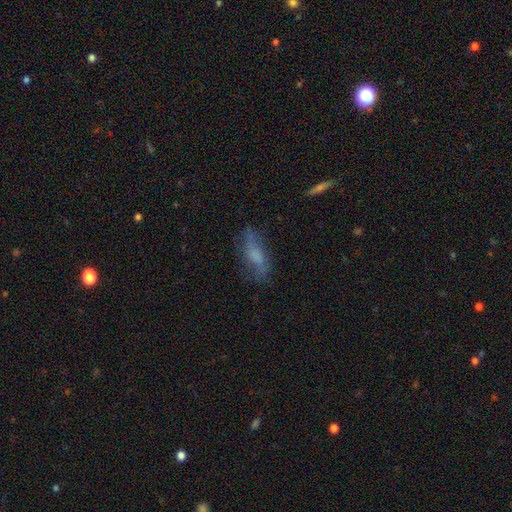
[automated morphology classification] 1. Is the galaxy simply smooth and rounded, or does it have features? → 49% smooth, 40% featured or disk, 11% star or artifact.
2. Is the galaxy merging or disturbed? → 56% none, 25% minor disturbance, 16% major disturbance, 3% merger.